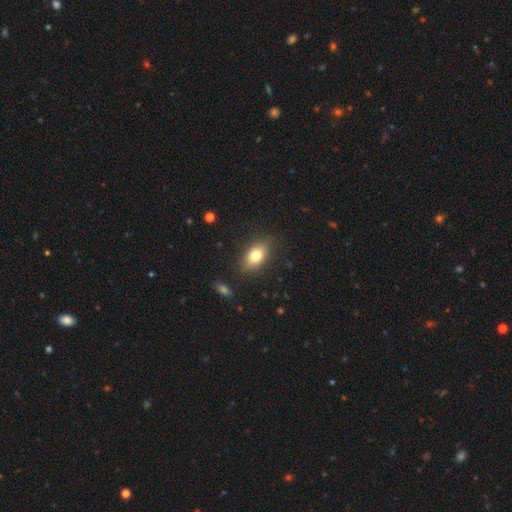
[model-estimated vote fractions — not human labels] smooth_or_featured: smooth (p=0.77) [alt: featured or disk p=0.14]
how_rounded: in between (p=0.83) [alt: round p=0.13]
merging: none (p=0.83) [alt: minor disturbance p=0.12]